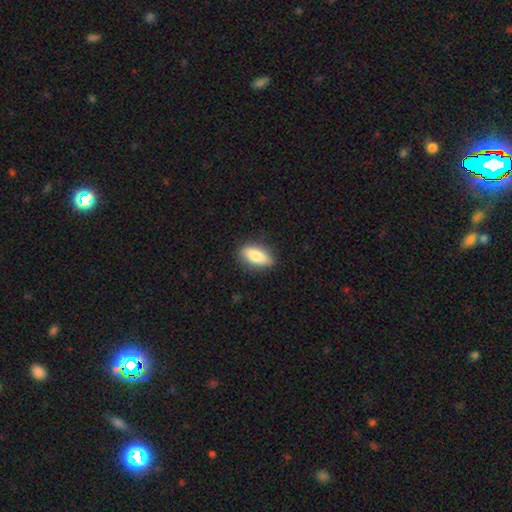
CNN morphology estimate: smooth-or-featured: smooth: 77% | featured or disk: 17% | star or artifact: 7%
  how-rounded: in between: 74% | cigar-shaped: 22% | round: 4%
  merging: none: 85% | minor disturbance: 11% | major disturbance: 3% | merger: 1%